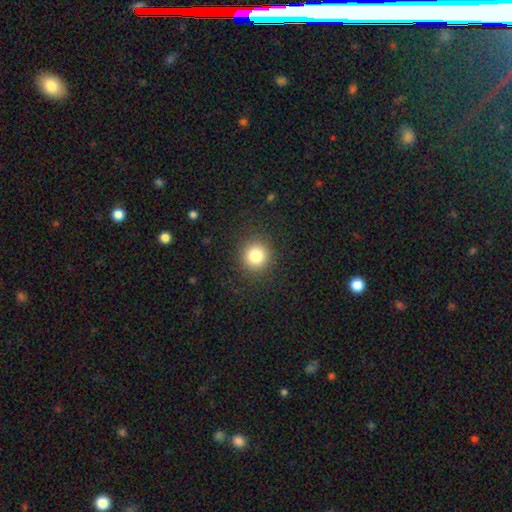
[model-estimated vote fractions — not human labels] Smooth or featured? Predicted: smooth (p=0.82). How rounded? Predicted: round (p=0.93). Merging? Predicted: none (p=0.90).